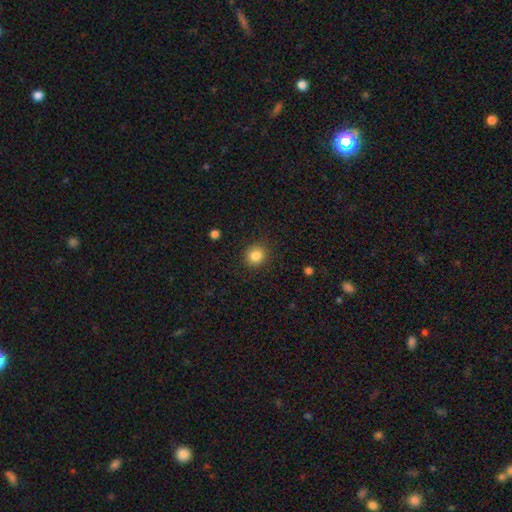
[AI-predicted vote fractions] Smooth or featured? smooth (85%)
How rounded? round (87%)
Merging? none (89%)